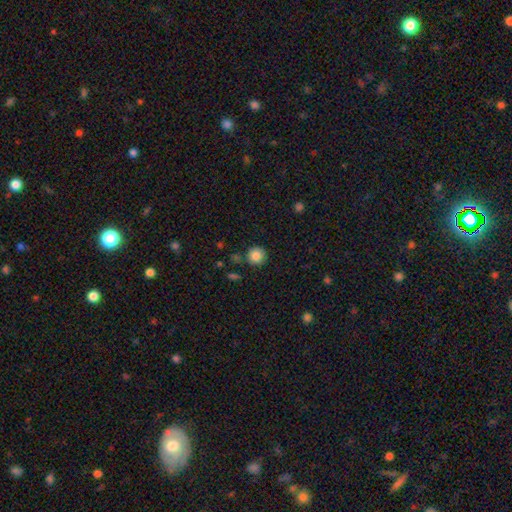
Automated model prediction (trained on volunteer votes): smooth-or-featured: smooth: 86% | star or artifact: 9% | featured or disk: 5%
  how-rounded: round: 94% | in between: 6% | cigar-shaped: 1%
  merging: none: 84% | minor disturbance: 9% | merger: 4% | major disturbance: 3%